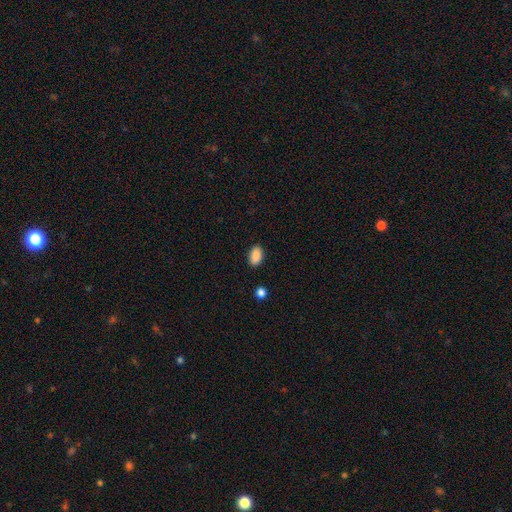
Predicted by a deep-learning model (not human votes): smooth-or-featured: smooth: 89% | star or artifact: 8% | featured or disk: 3%
  how-rounded: in between: 91% | round: 8% | cigar-shaped: 1%
  merging: none: 88% | minor disturbance: 8% | major disturbance: 2% | merger: 1%